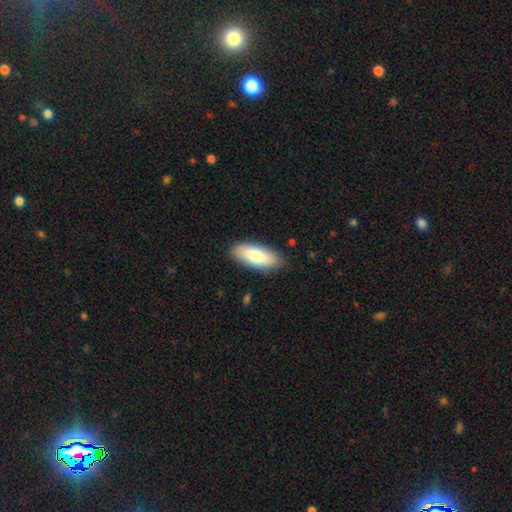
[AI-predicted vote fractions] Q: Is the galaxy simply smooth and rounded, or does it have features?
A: smooth — 77%.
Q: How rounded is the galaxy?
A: in between — 82%.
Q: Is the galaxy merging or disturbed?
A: none — 86%.